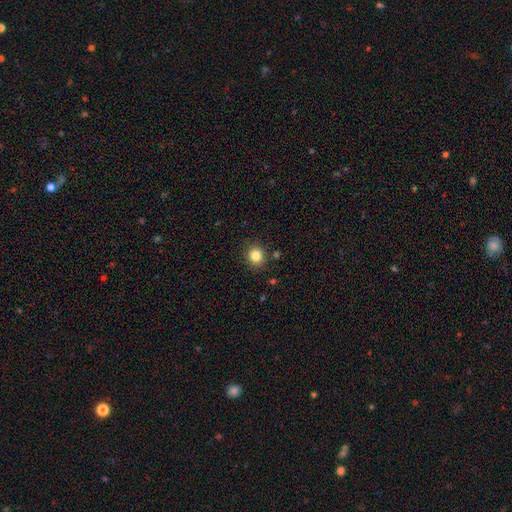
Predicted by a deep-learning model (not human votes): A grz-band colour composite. It shows a smooth galaxy with no disk features (83%) that is round (86%). Merging: none (88%).